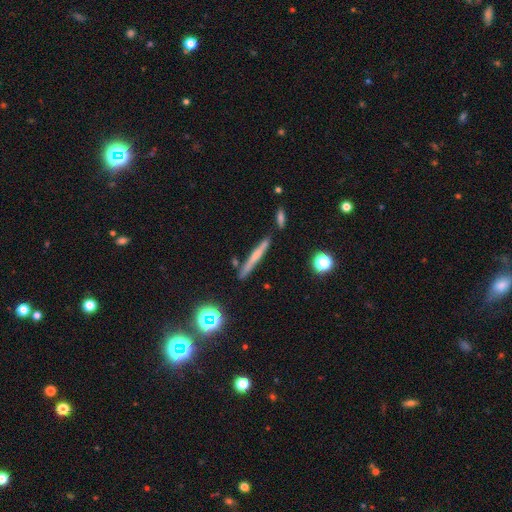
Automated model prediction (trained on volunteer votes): This appears to be a smooth galaxy with no disk features (46%). Merging: none (83%).